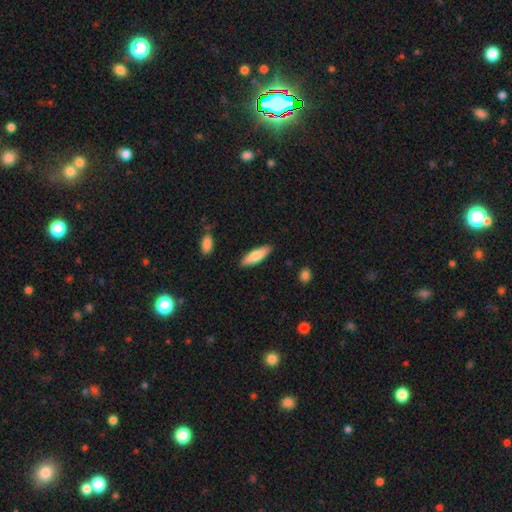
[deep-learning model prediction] The model was most divided on "how rounded": cigar-shaped: 57%, in between: 41%, round: 2%. More confident: merging — none (87%); smooth or featured — smooth (76%).